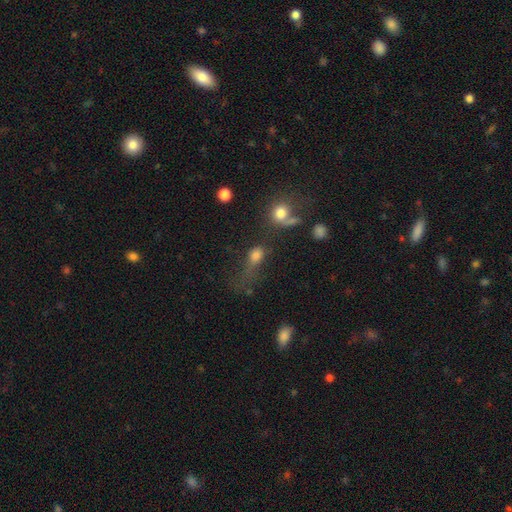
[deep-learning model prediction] Smooth or featured: smooth — 70% (star or artifact — 15%)
How rounded: in between — 55% (round — 39%)
Merging: major disturbance — 36% (none — 28%)